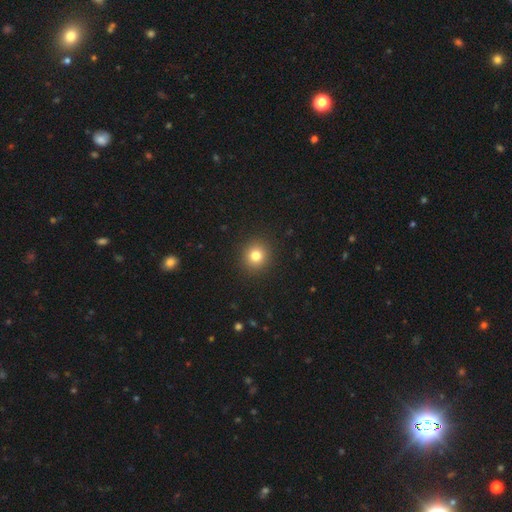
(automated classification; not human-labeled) This is likely a smooth galaxy (80%). How rounded: clearly round (90%). Merging: clearly none (92%).